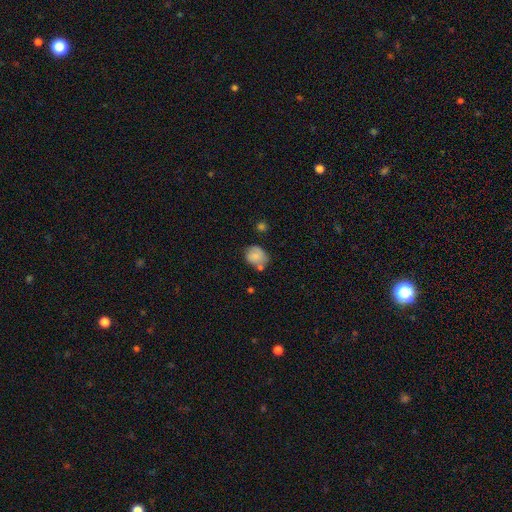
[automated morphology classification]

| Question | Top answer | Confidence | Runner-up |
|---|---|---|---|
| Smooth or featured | smooth | 76% | featured or disk (15%) |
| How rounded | round | 64% | in between (35%) |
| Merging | none | 55% | minor disturbance (24%) |